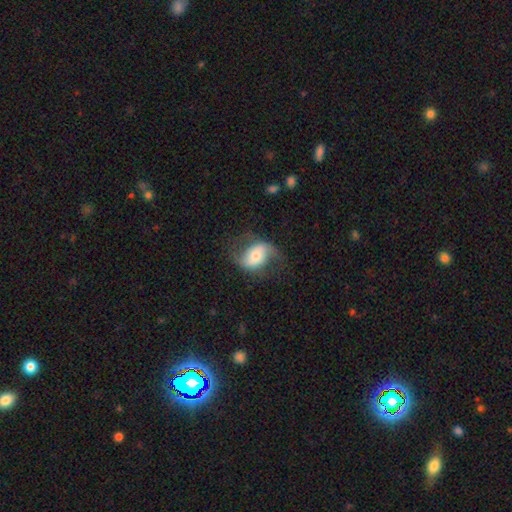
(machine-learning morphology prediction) Overall: featured or disk (64%; smooth 29%). Edge-on disk: no (95%). Bar: no (42%; weak 33%). Spiral arms: yes (86%). Spiral arm count: 2 (88%). Spiral winding: loose (60%; medium 31%). Bulge size: moderate (52%; small 32%). Merging: none (63%).